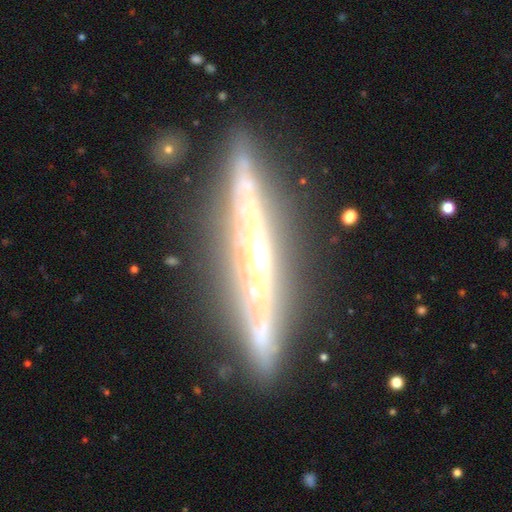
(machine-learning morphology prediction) Smooth or featured? featured or disk (84%)
Edge-on disk? yes (88%)
Edge-on bulge? rounded (60%)
Merging? none (82%)